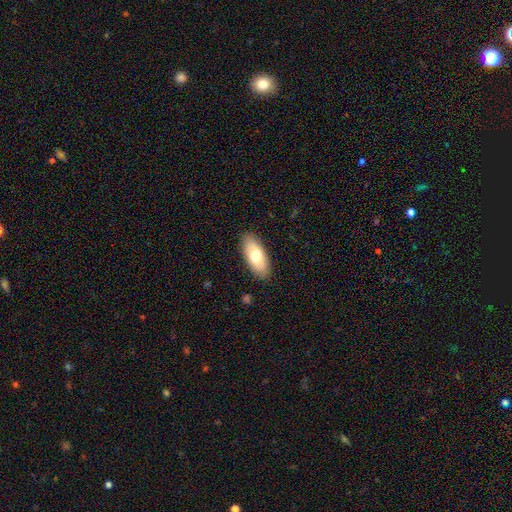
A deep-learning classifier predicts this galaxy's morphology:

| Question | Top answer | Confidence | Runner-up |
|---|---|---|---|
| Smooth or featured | smooth | 70% | featured or disk (24%) |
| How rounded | in between | 87% | cigar-shaped (11%) |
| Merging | none | 88% | minor disturbance (9%) |